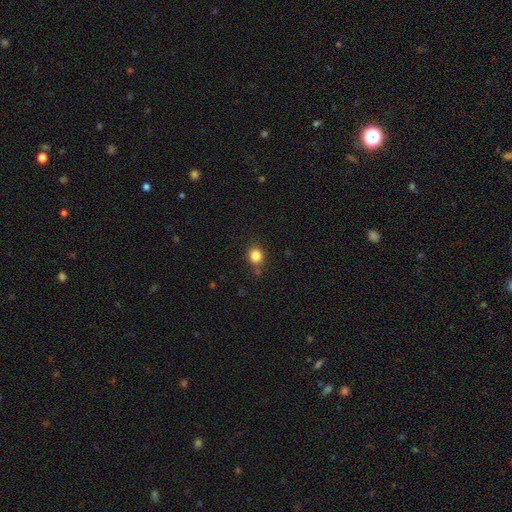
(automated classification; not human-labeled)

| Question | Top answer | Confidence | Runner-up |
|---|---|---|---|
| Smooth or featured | smooth | 84% | star or artifact (11%) |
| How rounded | round | 73% | in between (26%) |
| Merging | none | 78% | minor disturbance (14%) |